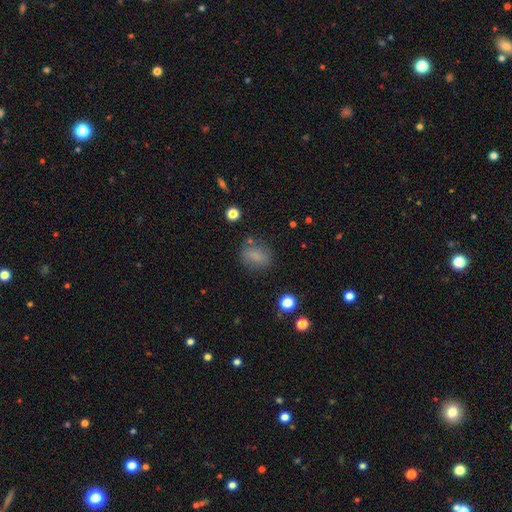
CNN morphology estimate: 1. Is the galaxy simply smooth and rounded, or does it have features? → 79% smooth, 13% star or artifact, 9% featured or disk.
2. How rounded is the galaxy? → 66% in between, 32% round, 3% cigar-shaped.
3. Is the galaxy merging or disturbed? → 73% none, 17% minor disturbance, 6% major disturbance, 3% merger.